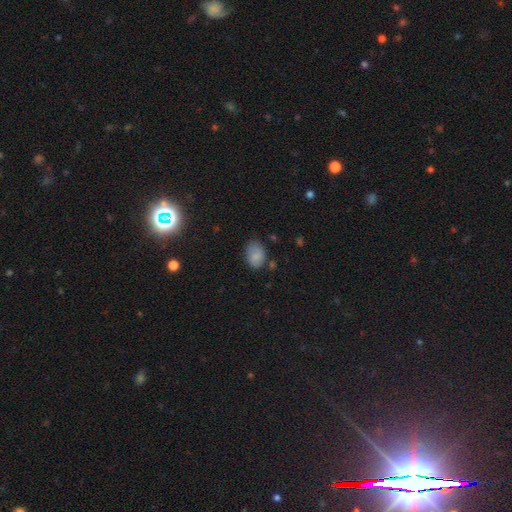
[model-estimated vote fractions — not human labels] smooth 82%, star or artifact 9%, featured or disk 9%. Down the decision tree: how rounded — in between (81%); merging — none (63%).